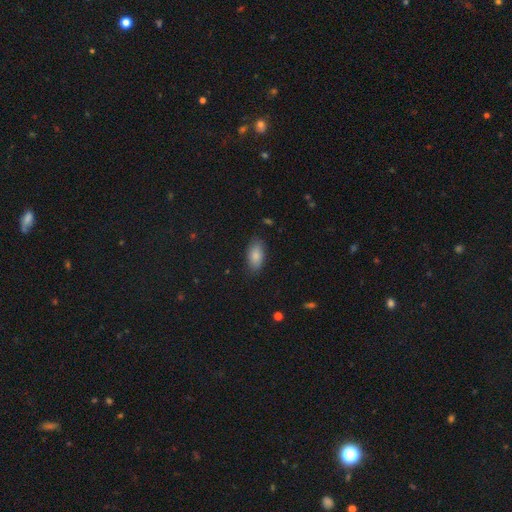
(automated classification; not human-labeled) A smooth galaxy with no disk features (85%) that is in between round and cigar-shaped (91%). Merging: none (84%).